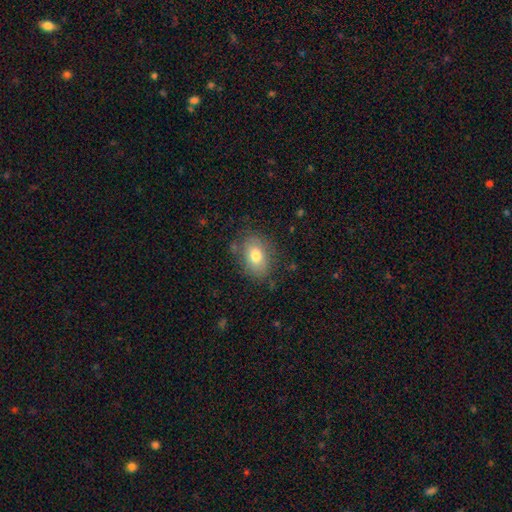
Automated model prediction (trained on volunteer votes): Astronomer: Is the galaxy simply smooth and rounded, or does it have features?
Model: smooth — 76%.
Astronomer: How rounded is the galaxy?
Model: in between — 79%.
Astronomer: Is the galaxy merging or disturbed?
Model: none — 78%.